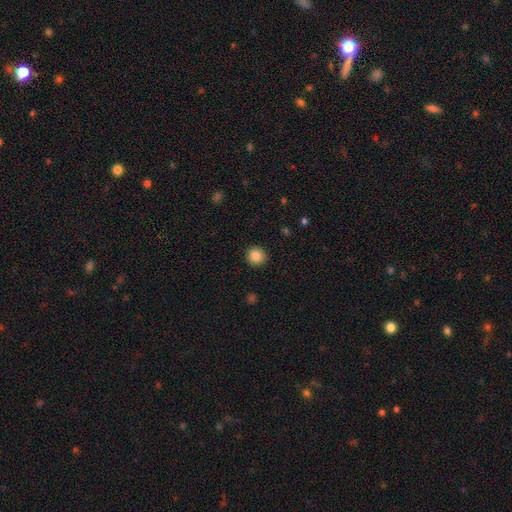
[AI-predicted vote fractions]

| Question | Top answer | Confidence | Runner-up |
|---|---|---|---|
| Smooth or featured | smooth | 85% | star or artifact (10%) |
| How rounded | round | 94% | in between (5%) |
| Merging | none | 92% | minor disturbance (5%) |